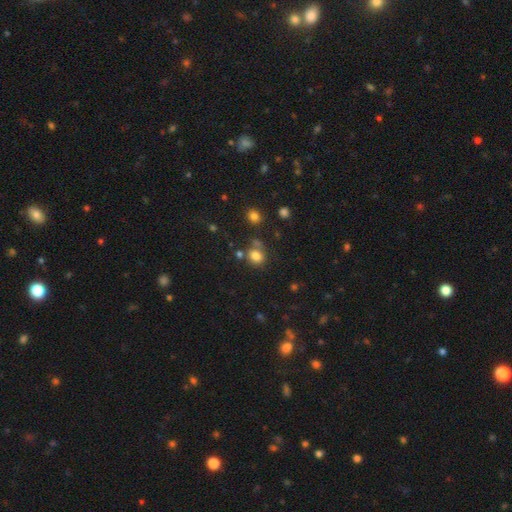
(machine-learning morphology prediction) smooth_or_featured: smooth (p=0.79) [alt: star or artifact p=0.14]
how_rounded: round (p=0.68) [alt: in between p=0.31]
merging: none (p=0.62) [alt: merger p=0.17]